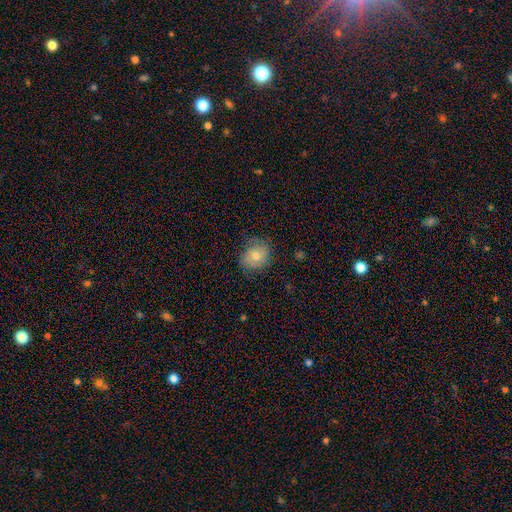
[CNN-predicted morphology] This appears to be a smooth galaxy with no disk features (66%) that is round (57%). Merging: none (75%).